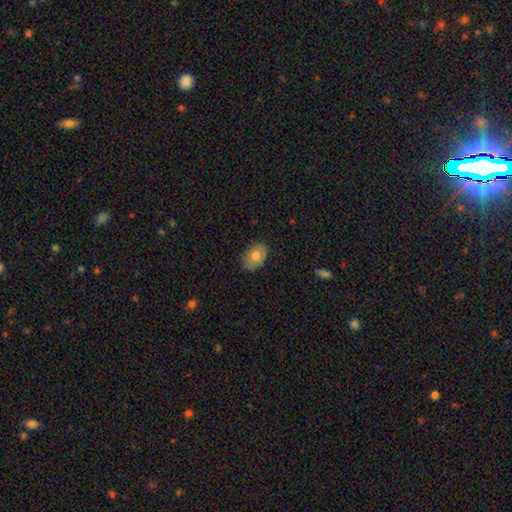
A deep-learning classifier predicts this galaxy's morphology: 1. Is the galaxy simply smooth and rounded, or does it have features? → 76% smooth, 16% featured or disk, 7% star or artifact.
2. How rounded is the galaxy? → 82% in between, 16% round, 1% cigar-shaped.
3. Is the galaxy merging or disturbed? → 78% none, 18% minor disturbance, 3% major disturbance, 1% merger.